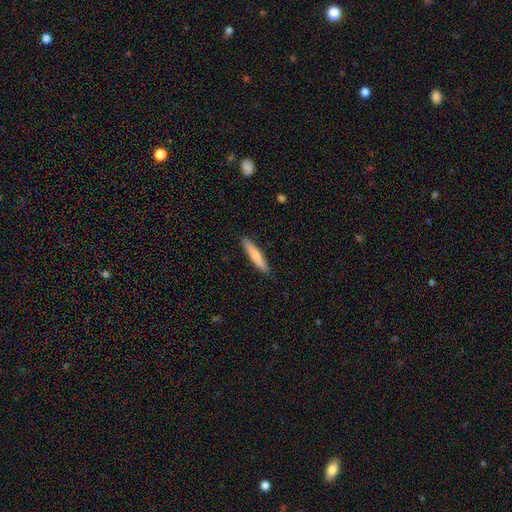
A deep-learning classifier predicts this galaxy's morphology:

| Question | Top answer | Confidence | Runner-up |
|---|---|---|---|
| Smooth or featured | smooth | 73% | featured or disk (22%) |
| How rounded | cigar-shaped | 91% | in between (7%) |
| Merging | none | 89% | minor disturbance (8%) |